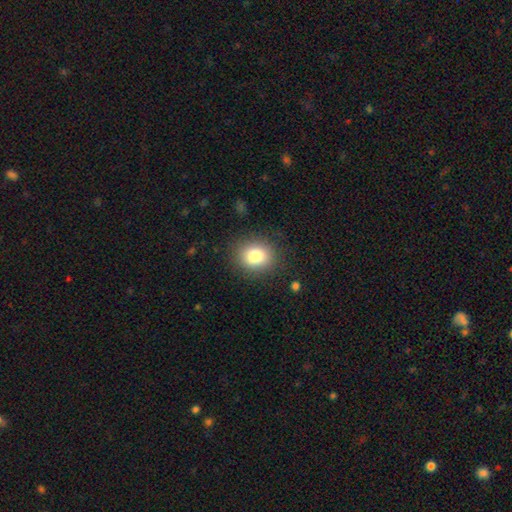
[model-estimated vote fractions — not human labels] Smooth or featured? Predicted: smooth (p=0.82). How rounded? Predicted: round (p=0.67). Merging? Predicted: none (p=0.85).